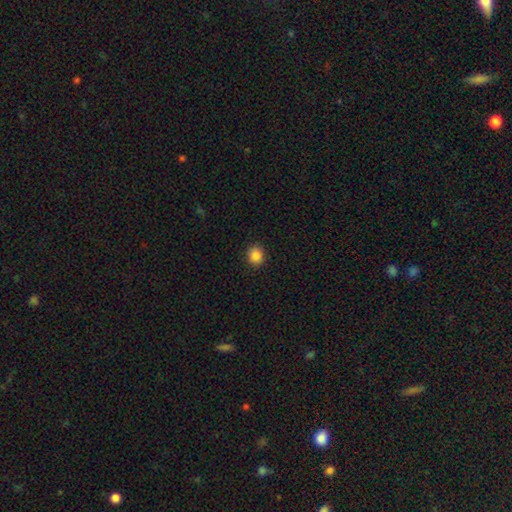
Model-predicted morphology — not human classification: The model was most divided on "how rounded": round: 80%, in between: 19%, cigar-shaped: 1%. More confident: merging — none (91%); smooth or featured — smooth (86%).